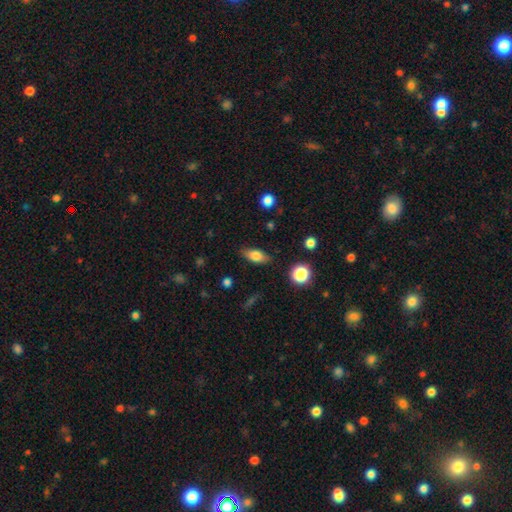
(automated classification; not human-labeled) smooth 75%, featured or disk 16%, star or artifact 9%. Down the decision tree: how rounded — in between (81%); merging — none (82%).